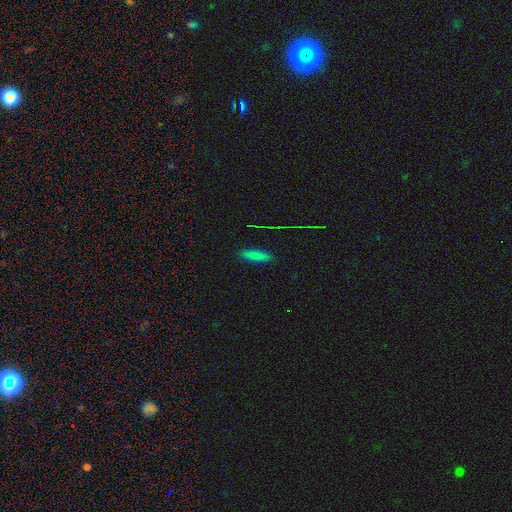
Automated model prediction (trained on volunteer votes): This is likely a smooth galaxy (80%). How rounded: possibly cigar-shaped (56%). Merging: clearly none (88%).